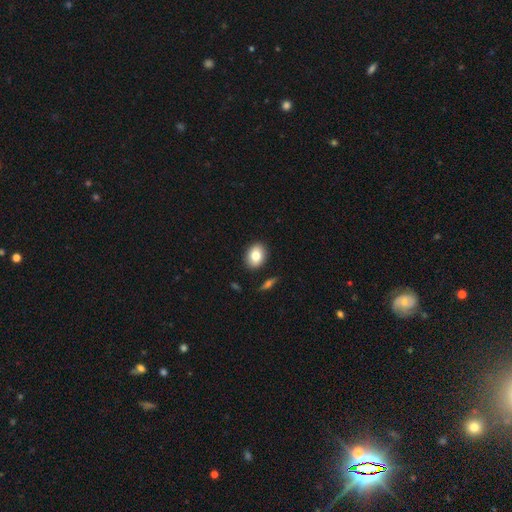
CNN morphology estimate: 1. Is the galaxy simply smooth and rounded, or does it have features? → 80% smooth, 12% featured or disk, 8% star or artifact.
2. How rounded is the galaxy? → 63% in between, 36% round, 1% cigar-shaped.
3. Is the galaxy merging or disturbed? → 88% none, 8% minor disturbance, 2% merger, 2% major disturbance.